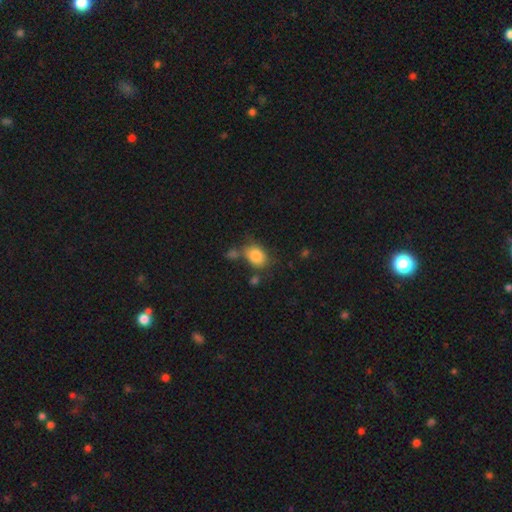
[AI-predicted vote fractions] smooth 85%, star or artifact 9%, featured or disk 6%. Down the decision tree: how rounded — in between (68%); merging — none (57%).